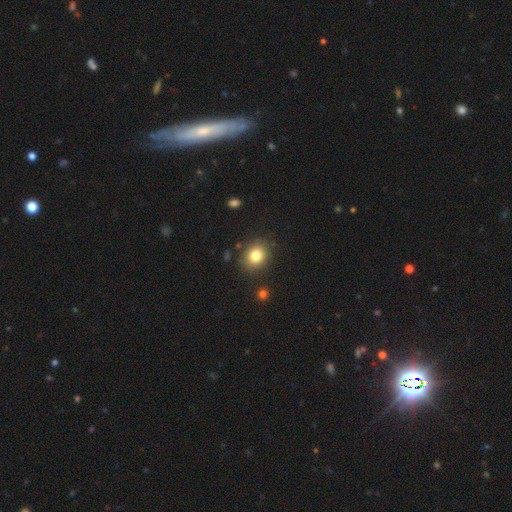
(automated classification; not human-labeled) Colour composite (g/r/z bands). It shows a smooth galaxy with no disk features (81%) that is round (61%). Merging: none (84%).